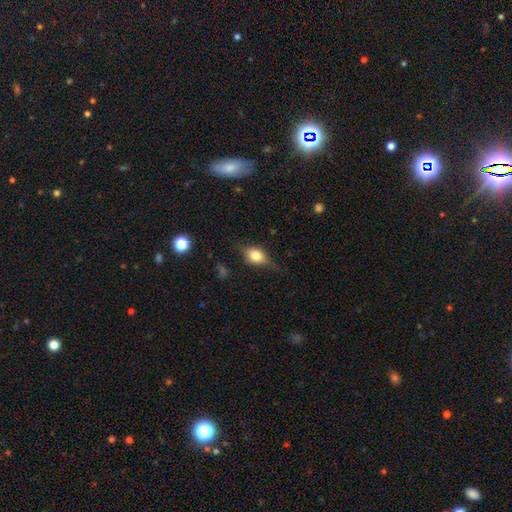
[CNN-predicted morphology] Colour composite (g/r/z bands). It shows a smooth galaxy with no disk features (60%) that is in between round and cigar-shaped (65%). Merging: none (69%).